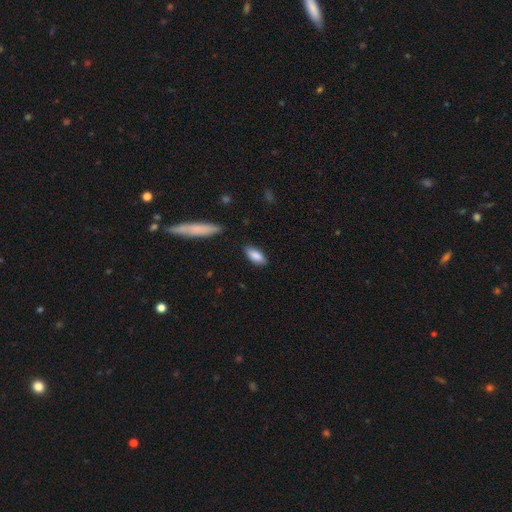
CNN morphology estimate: smooth_or_featured: smooth (p=0.86) [alt: featured or disk p=0.08]
how_rounded: in between (p=0.82) [alt: cigar-shaped p=0.16]
merging: none (p=0.84) [alt: minor disturbance p=0.12]